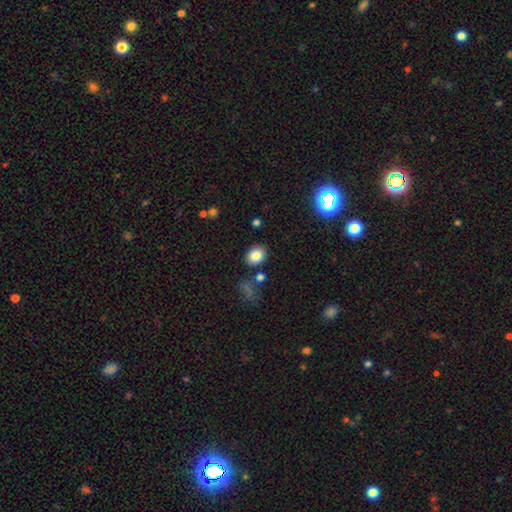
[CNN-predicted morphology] Smooth or featured? Predicted: smooth (p=0.83). How rounded? Predicted: in between (p=0.56). Merging? Predicted: none (p=0.81).